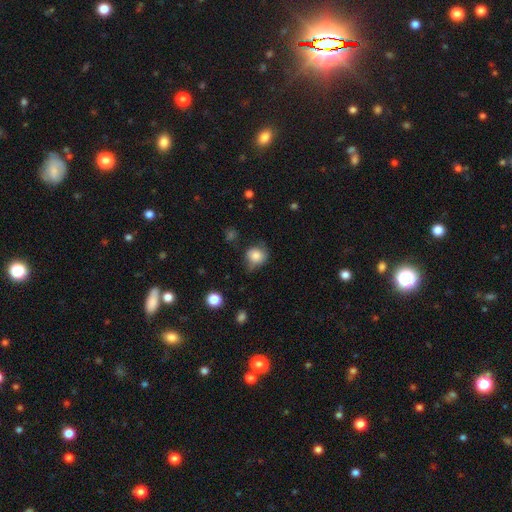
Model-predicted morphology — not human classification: This is likely a smooth galaxy (79%). How rounded: likely round (77%). Merging: possibly none (53%).